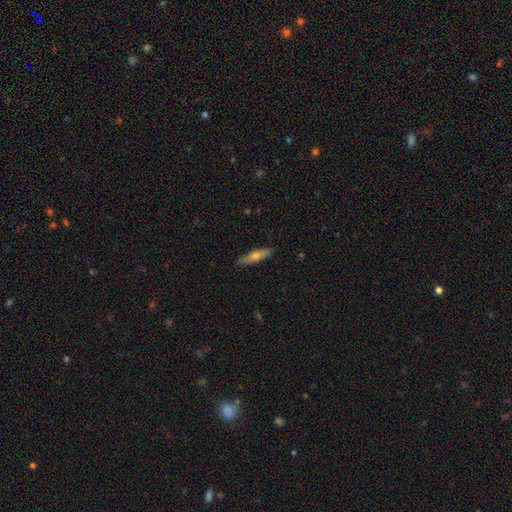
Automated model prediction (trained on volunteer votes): smooth 57%, featured or disk 37%, star or artifact 6%. Down the decision tree: how rounded — cigar-shaped (78%); merging — none (88%).